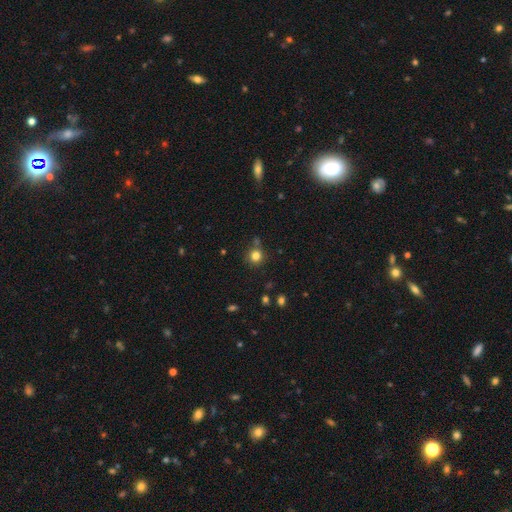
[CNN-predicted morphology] smooth-or-featured: smooth: 80% | star or artifact: 14% | featured or disk: 6%
  how-rounded: round: 92% | in between: 7% | cigar-shaped: 1%
  merging: none: 78% | minor disturbance: 11% | merger: 8% | major disturbance: 3%